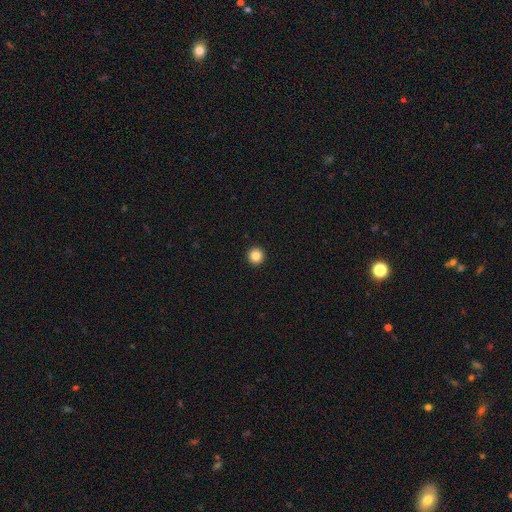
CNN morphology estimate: smooth 85%, star or artifact 11%, featured or disk 5%. Down the decision tree: how rounded — round (96%); merging — none (94%).